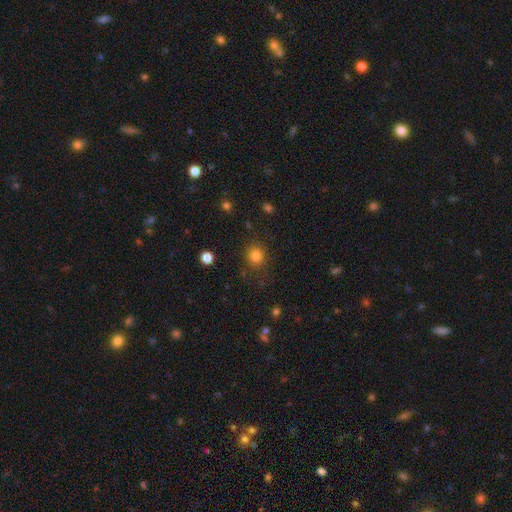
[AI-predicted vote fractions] smooth 82%, star or artifact 13%, featured or disk 5%. Down the decision tree: how rounded — round (87%); merging — none (85%).